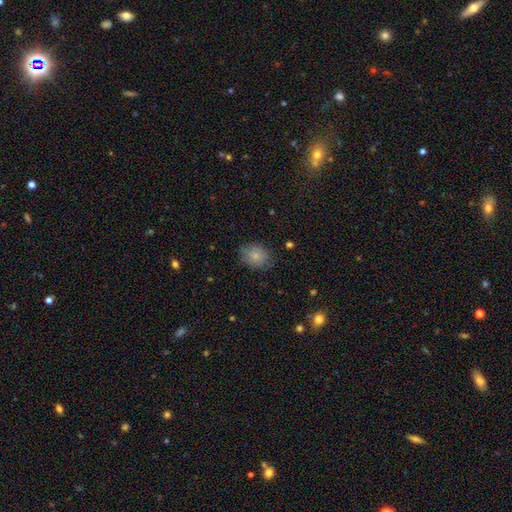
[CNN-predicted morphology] Smooth or featured? Predicted: smooth (p=0.80). How rounded? Predicted: in between (p=0.52). Merging? Predicted: none (p=0.76).